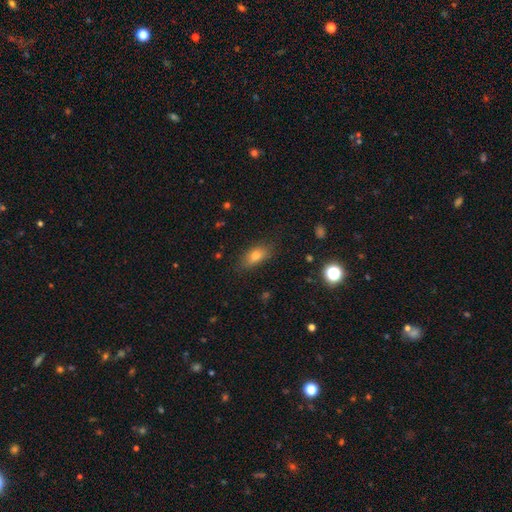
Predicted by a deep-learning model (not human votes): This appears to be a smooth galaxy with no disk features (76%) that is in between round and cigar-shaped (81%). Merging: none (81%).